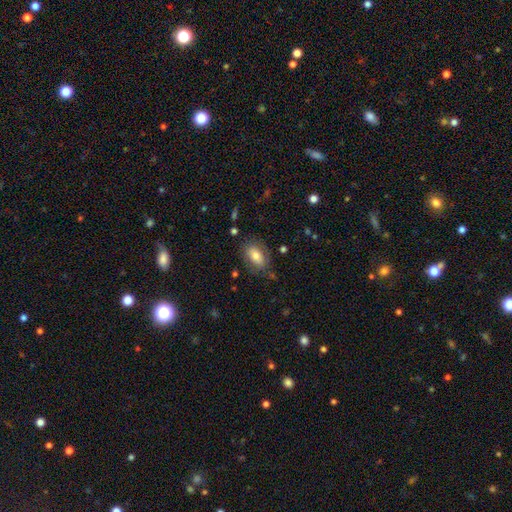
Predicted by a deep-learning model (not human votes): The model was most divided on "smooth or featured": smooth: 72%, featured or disk: 21%, star or artifact: 7%. More confident: how rounded — in between (89%); merging — none (74%).